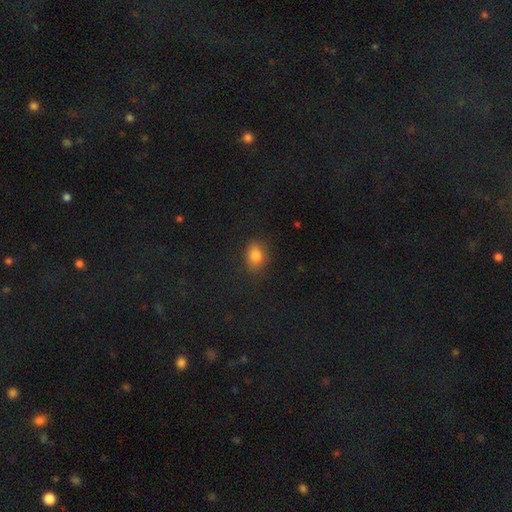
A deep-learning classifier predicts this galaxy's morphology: Overall: smooth (82%). How rounded: in between (70%). Merging: none (81%).